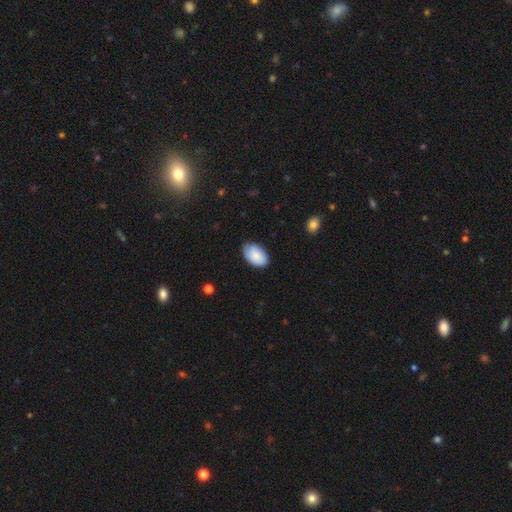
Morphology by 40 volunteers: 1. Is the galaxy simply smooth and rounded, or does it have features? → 75% smooth, 12% featured or disk, 12% star or artifact.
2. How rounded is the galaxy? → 83% in between, 17% round, 0% cigar-shaped.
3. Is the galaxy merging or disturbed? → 91% none, 9% minor disturbance, 0% major disturbance, 0% merger.